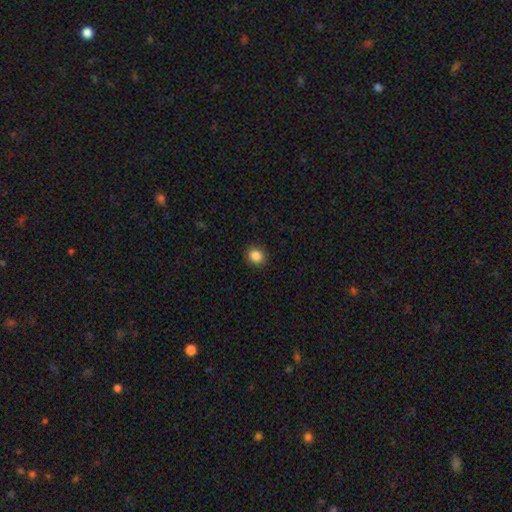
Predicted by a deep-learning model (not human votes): smooth_or_featured: smooth (p=0.87) [alt: star or artifact p=0.10]
how_rounded: round (p=0.79) [alt: in between p=0.20]
merging: none (p=0.90) [alt: minor disturbance p=0.07]